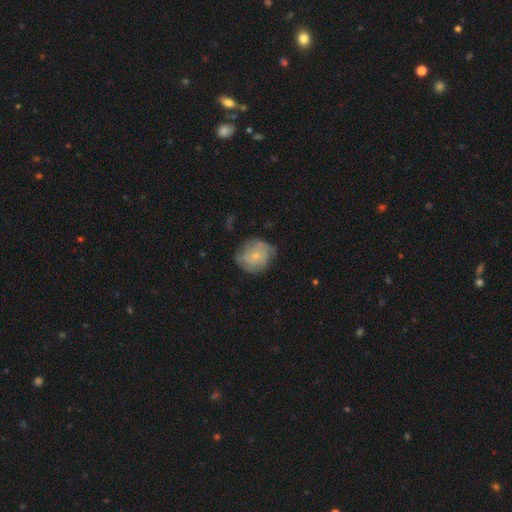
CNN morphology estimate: type=featured or disk (60%); edge-on=no (97%); bar=no (77%); spiral arms=yes (84%); bulge=small (72%); merging=none (68%).